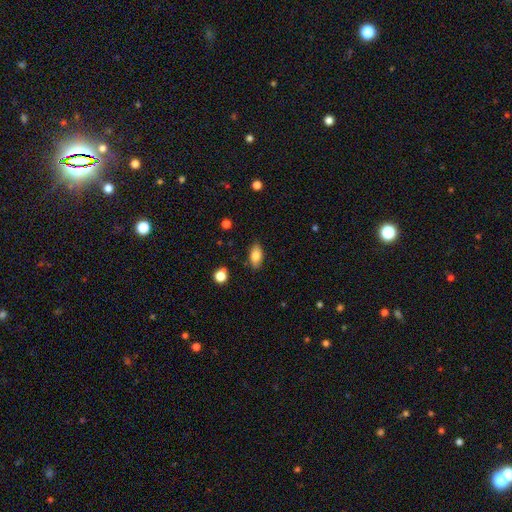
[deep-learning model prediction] Smooth or featured? Predicted: smooth (p=0.80). How rounded? Predicted: in between (p=0.89). Merging? Predicted: none (p=0.85).